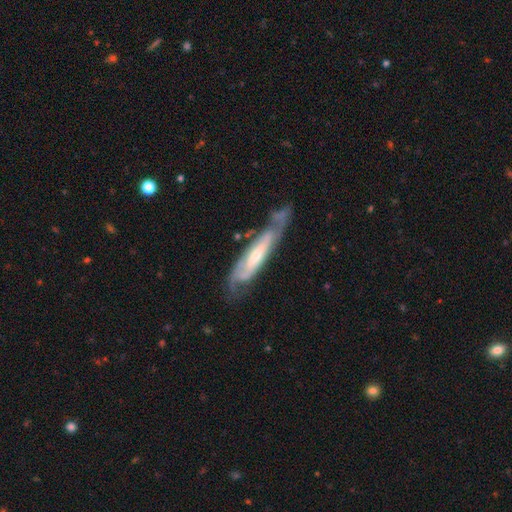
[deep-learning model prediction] The model was most divided on "edge-on disk": yes: 51%, no: 49%. More confident: smooth or featured — featured or disk (71%); merging — none (63%).